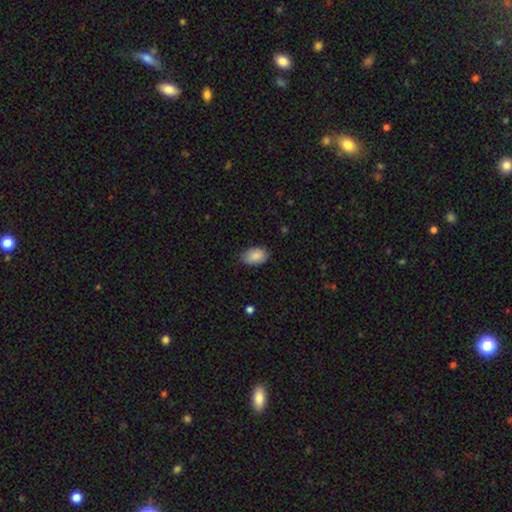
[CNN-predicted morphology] Overall: smooth (89%). How rounded: in between (89%). Merging: none (78%).